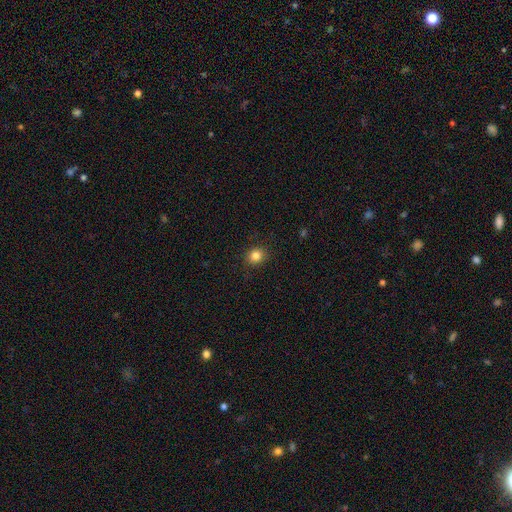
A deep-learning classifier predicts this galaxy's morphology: A smooth galaxy with no disk features (83%) that is round (83%). Merging: none (90%).